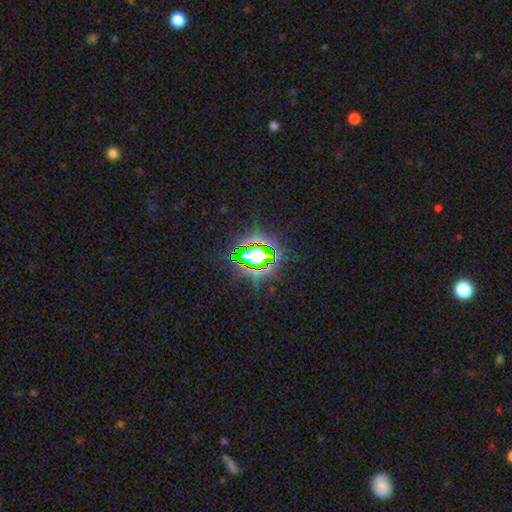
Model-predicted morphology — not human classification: smooth_or_featured: star or artifact (p=0.77) [alt: smooth p=0.13]